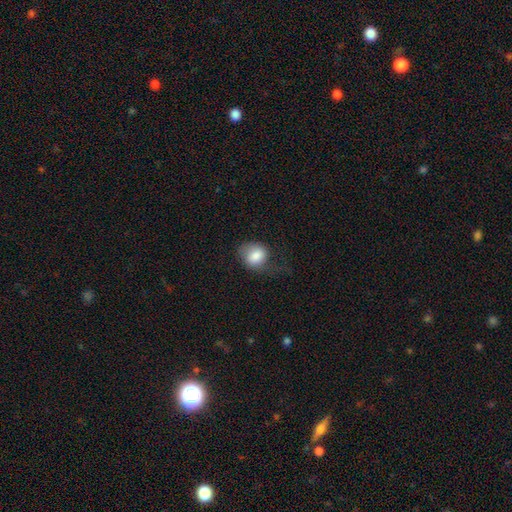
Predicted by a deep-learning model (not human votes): Smooth or featured? smooth (80%)
How rounded? round (54%)
Merging? none (38%)